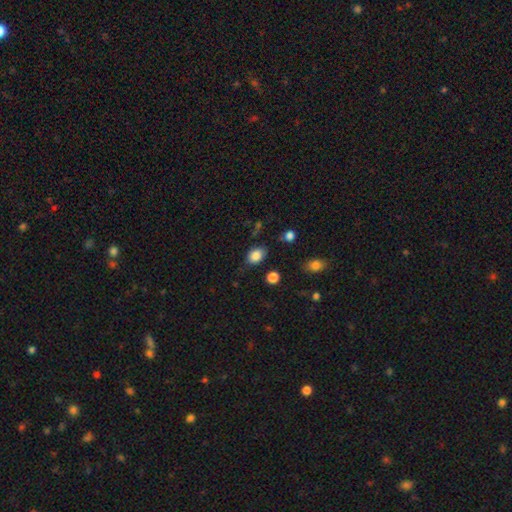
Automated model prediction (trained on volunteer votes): Smooth or featured? smooth (85%)
How rounded? in between (76%)
Merging? none (74%)